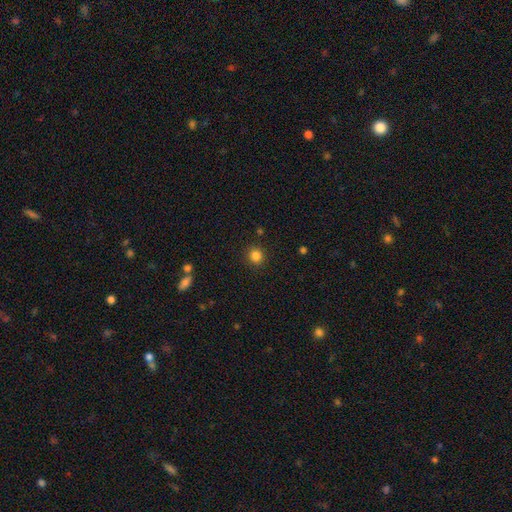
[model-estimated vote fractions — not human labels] Overall: smooth (84%). How rounded: round (88%). Merging: none (90%).